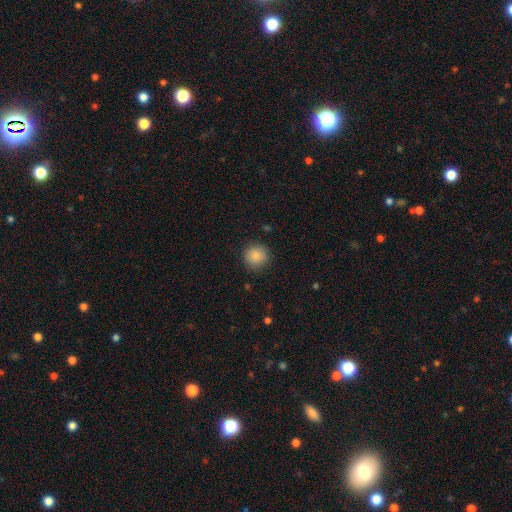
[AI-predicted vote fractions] Morphology: type=smooth (86%); roundness=round (93%); merging=none (88%).